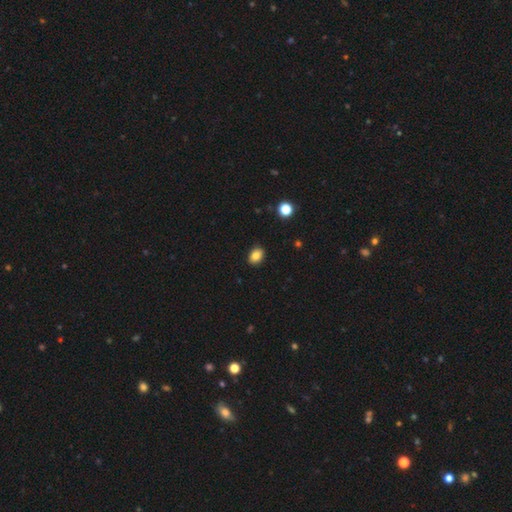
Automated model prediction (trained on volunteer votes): A smooth galaxy with no disk features (84%) that is in between round and cigar-shaped (71%). Merging: none (89%).